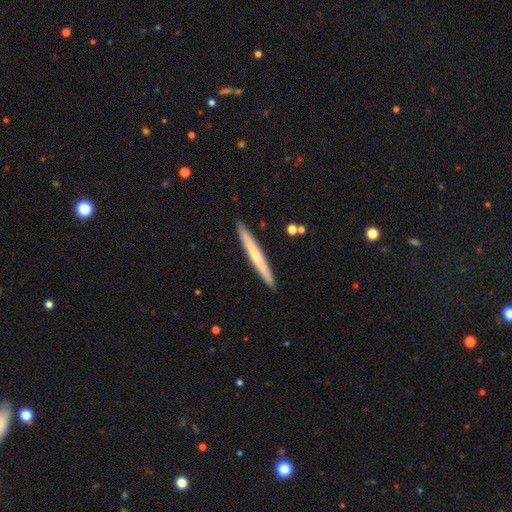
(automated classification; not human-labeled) This is possibly a smooth galaxy (50%). How rounded: clearly cigar-shaped (97%). Merging: clearly none (92%).